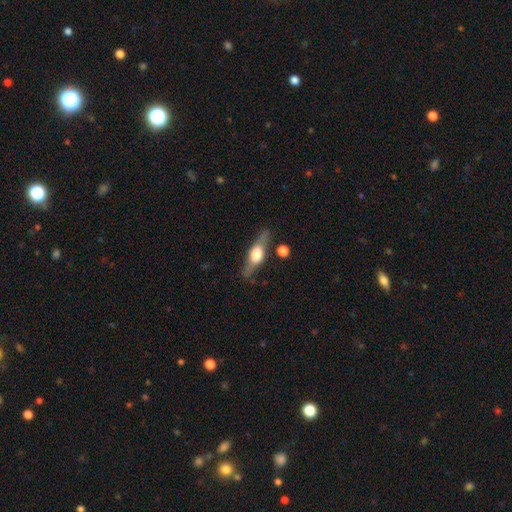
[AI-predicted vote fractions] A featured or disk galaxy (60%) viewed edge-on (90%) with a rounded central bulge (90%). Merging: none (77%).